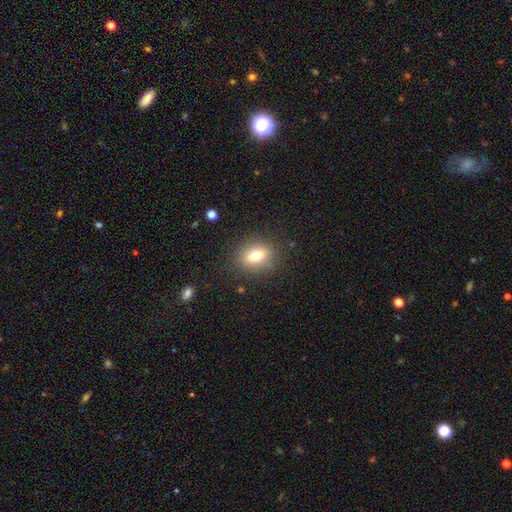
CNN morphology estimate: Smooth or featured? Predicted: smooth (p=0.71). How rounded? Predicted: in between (p=0.59). Merging? Predicted: none (p=0.86).